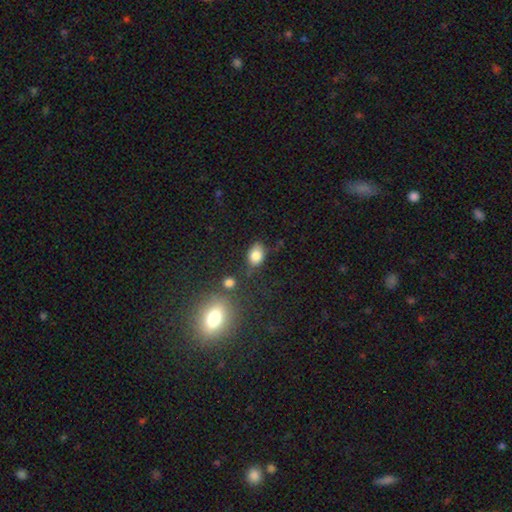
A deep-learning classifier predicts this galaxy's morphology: Smooth or featured?
  - smooth: 81% *
  - star or artifact: 10%
  - featured or disk: 8%
How rounded?
  - in between: 75% *
  - round: 23%
  - cigar-shaped: 2%
Merging?
  - none: 66% *
  - minor disturbance: 22%
  - merger: 6%
  - major disturbance: 6%